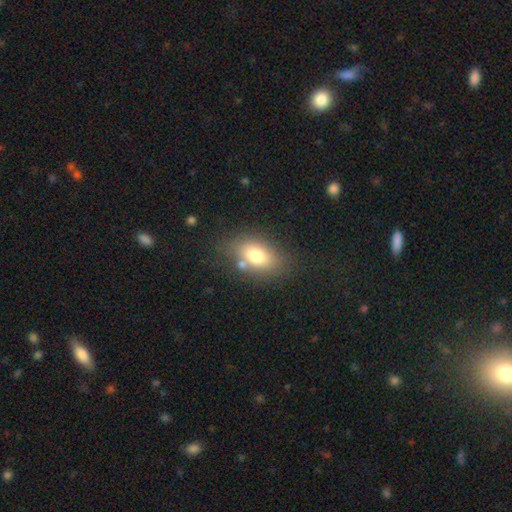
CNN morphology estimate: smooth 75%, featured or disk 15%, star or artifact 10%. Down the decision tree: how rounded — in between (83%); merging — none (71%).